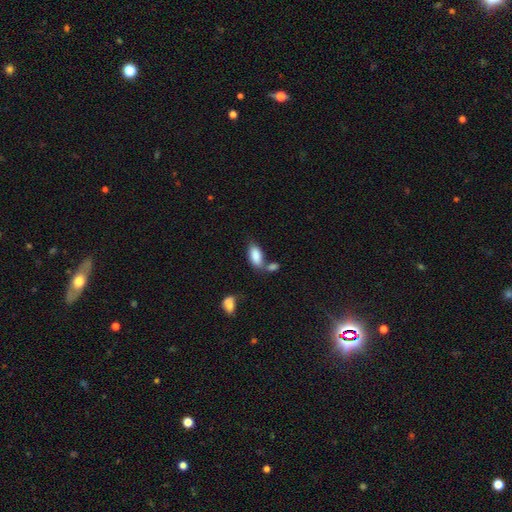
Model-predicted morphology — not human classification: This is clearly a smooth galaxy (86%). How rounded: clearly in between (90%). Merging: marginally none (44%).